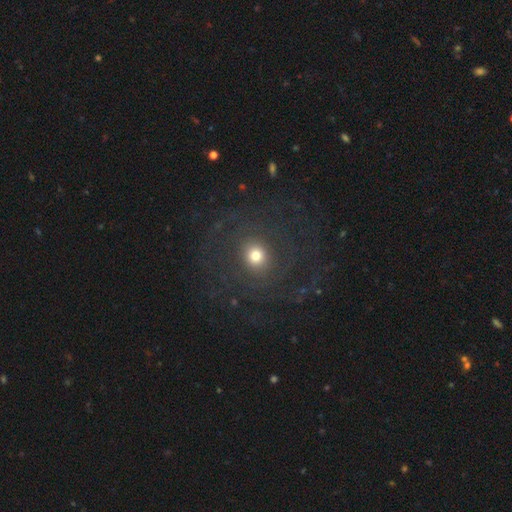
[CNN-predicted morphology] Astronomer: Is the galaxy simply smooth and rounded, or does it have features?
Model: featured or disk — 48% (runner-up: smooth, 35%).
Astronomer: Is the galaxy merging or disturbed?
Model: none — 77%.